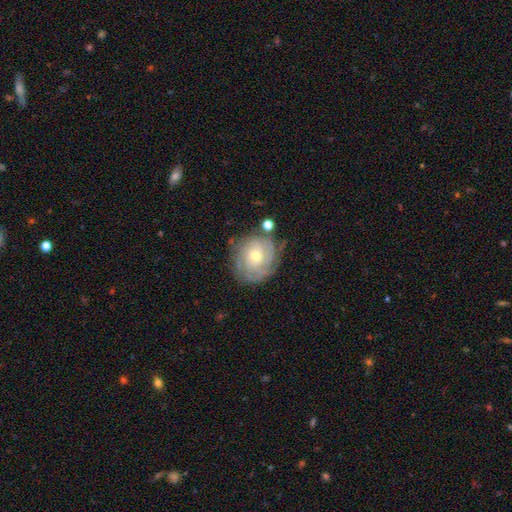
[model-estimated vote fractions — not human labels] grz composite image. It shows a featured or disk galaxy (72%) with no bar (75%), tight (76%) spiral arms (87%) and a moderate central bulge (49%). Merging: none (71%).